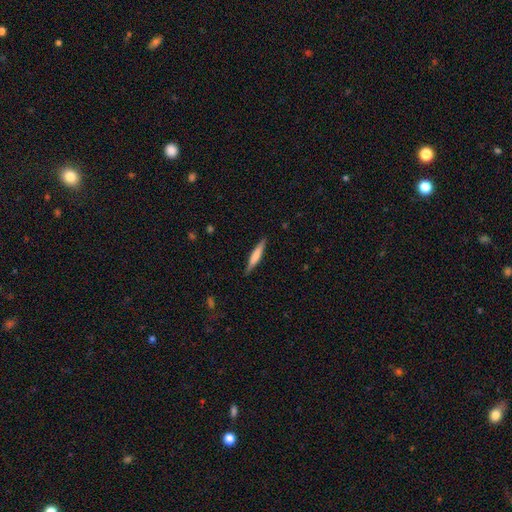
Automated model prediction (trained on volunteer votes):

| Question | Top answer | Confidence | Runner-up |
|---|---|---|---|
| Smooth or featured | smooth | 61% | featured or disk (34%) |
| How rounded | cigar-shaped | 92% | in between (7%) |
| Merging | none | 88% | minor disturbance (9%) |